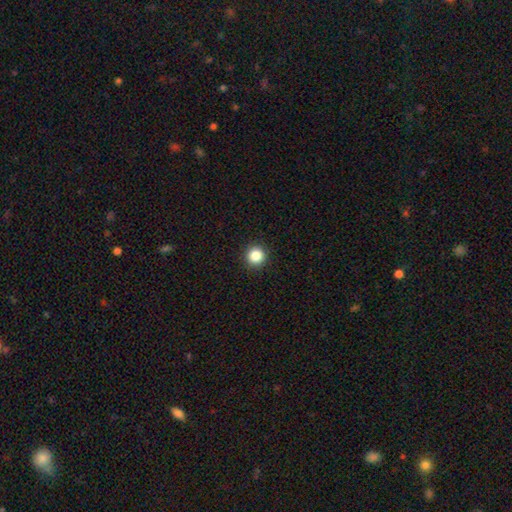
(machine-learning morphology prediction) This appears to be a smooth galaxy with no disk features (86%) that is round (95%). Merging: none (93%).